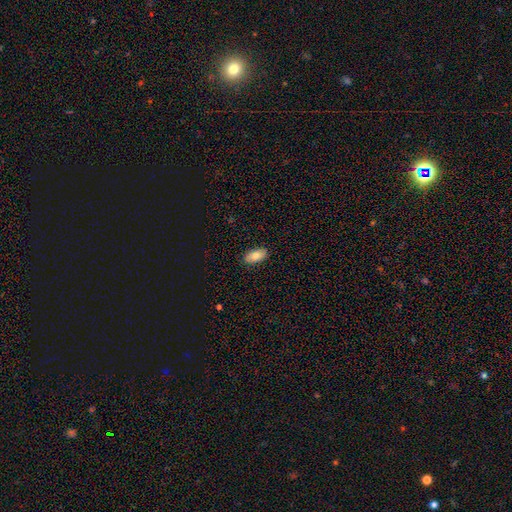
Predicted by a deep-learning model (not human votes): Smooth or featured? smooth (81%)
How rounded? in between (93%)
Merging? none (88%)